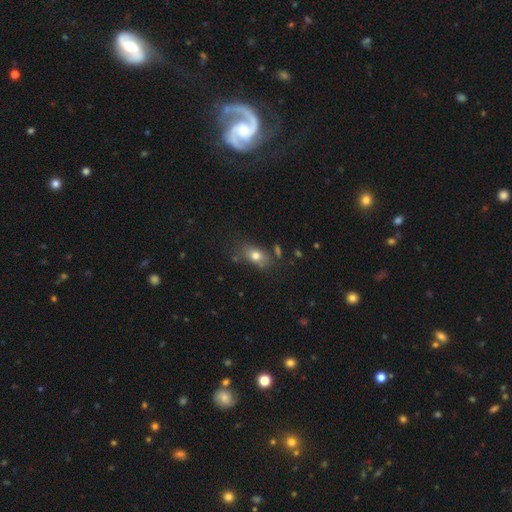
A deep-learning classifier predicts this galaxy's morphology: Overall: smooth (76%). How rounded: in between (77%). Merging: none (68%).